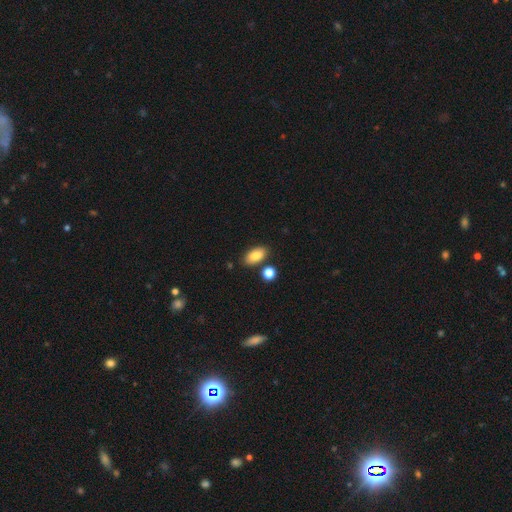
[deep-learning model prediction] This appears to be a smooth galaxy with no disk features (85%) that is in between round and cigar-shaped (91%). Merging: none (80%).